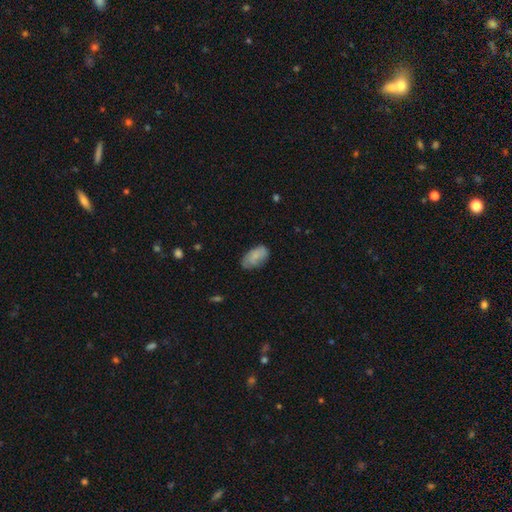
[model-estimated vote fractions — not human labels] Smooth or featured?
  - smooth: 72% *
  - featured or disk: 21%
  - star or artifact: 7%
How rounded?
  - in between: 93% *
  - round: 4%
  - cigar-shaped: 3%
Merging?
  - none: 60% *
  - minor disturbance: 31%
  - major disturbance: 7%
  - merger: 2%